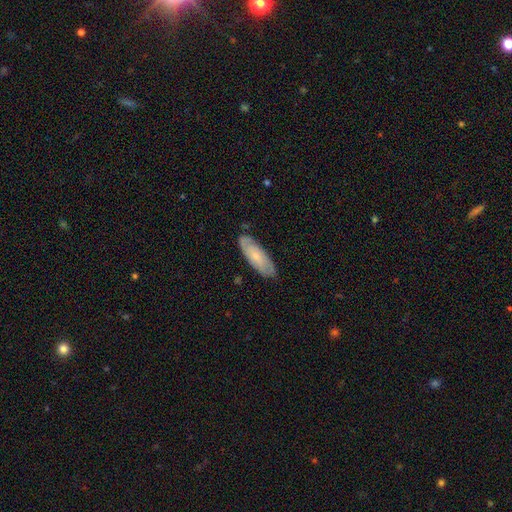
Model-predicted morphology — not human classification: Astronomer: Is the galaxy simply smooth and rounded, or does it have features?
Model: smooth — 55% (runner-up: featured or disk, 39%).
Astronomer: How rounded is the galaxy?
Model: in between — 66%.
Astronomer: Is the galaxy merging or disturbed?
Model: none — 80%.